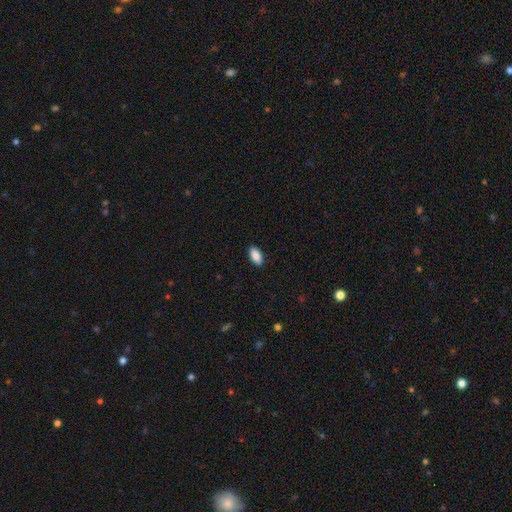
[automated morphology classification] A smooth galaxy with no disk features (90%) that is in between round and cigar-shaped (92%). Merging: none (90%).